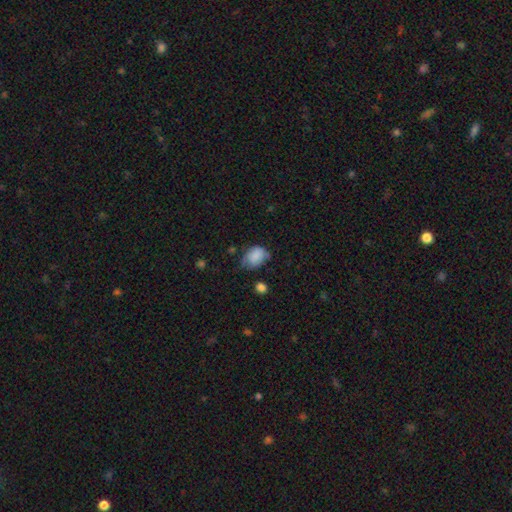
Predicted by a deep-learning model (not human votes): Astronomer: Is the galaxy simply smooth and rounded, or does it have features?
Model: smooth — 81%.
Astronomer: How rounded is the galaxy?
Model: in between — 69%.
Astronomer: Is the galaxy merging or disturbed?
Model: none — 45% (runner-up: minor disturbance, 38%).